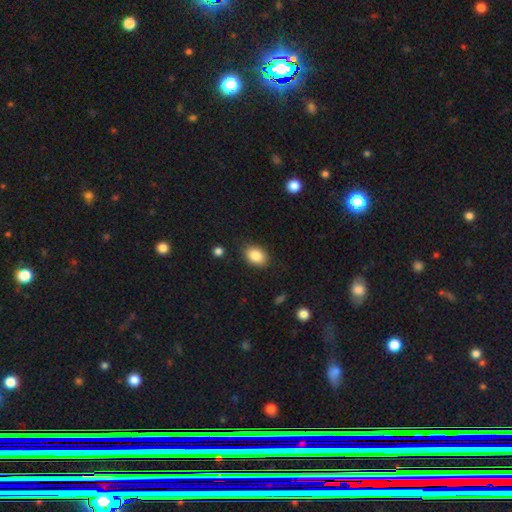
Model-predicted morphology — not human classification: Q: Smooth or featured?
A: smooth (86%); runner-up: star or artifact (8%)
Q: How rounded?
A: in between (76%); runner-up: round (23%)
Q: Merging?
A: none (86%); runner-up: minor disturbance (10%)